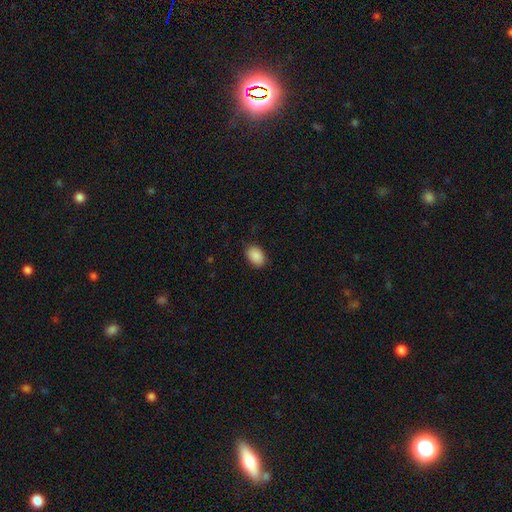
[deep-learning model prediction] Smooth or featured? smooth (90%)
How rounded? in between (80%)
Merging? none (87%)